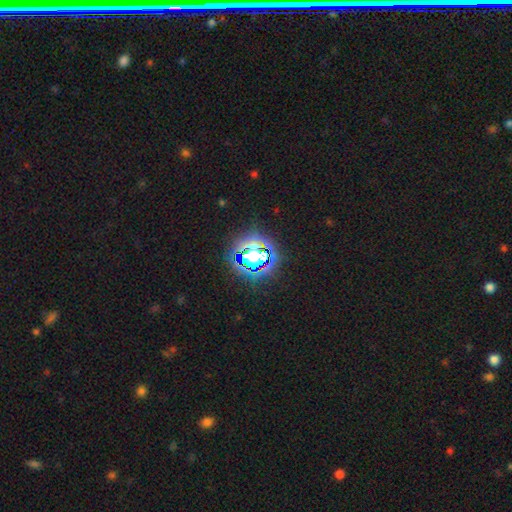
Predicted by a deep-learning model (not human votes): Smooth or featured? star or artifact (62%)